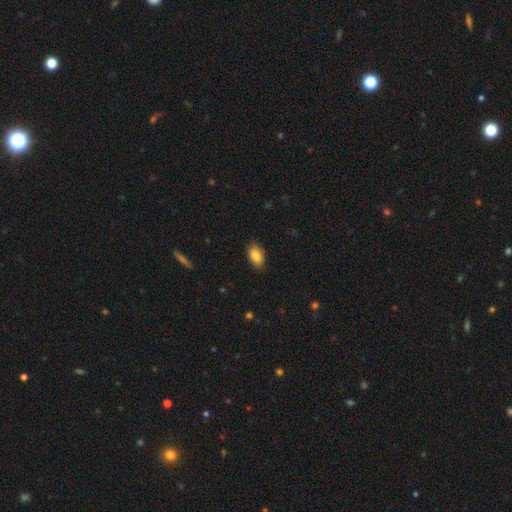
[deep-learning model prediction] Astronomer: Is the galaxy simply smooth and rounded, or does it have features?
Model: smooth — 85%.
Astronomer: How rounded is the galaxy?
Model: in between — 92%.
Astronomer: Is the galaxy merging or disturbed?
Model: none — 85%.